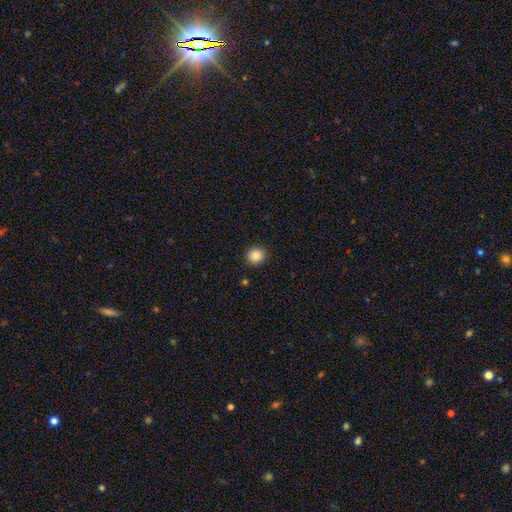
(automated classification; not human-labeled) Smooth or featured?
  - smooth: 87% *
  - star or artifact: 10%
  - featured or disk: 3%
How rounded?
  - round: 89% *
  - in between: 10%
  - cigar-shaped: 1%
Merging?
  - none: 91% *
  - minor disturbance: 6%
  - major disturbance: 2%
  - merger: 1%